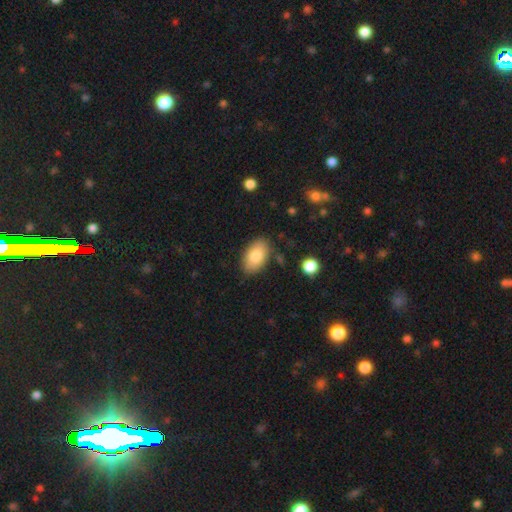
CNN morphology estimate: Overall: smooth (82%). How rounded: in between (93%). Merging: none (81%).